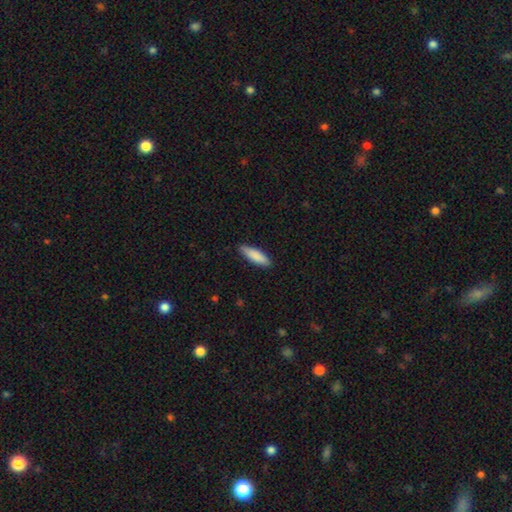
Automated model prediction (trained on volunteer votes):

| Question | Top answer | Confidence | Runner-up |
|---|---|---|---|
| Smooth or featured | smooth | 87% | featured or disk (8%) |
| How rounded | cigar-shaped | 60% | in between (39%) |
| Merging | none | 86% | minor disturbance (11%) |